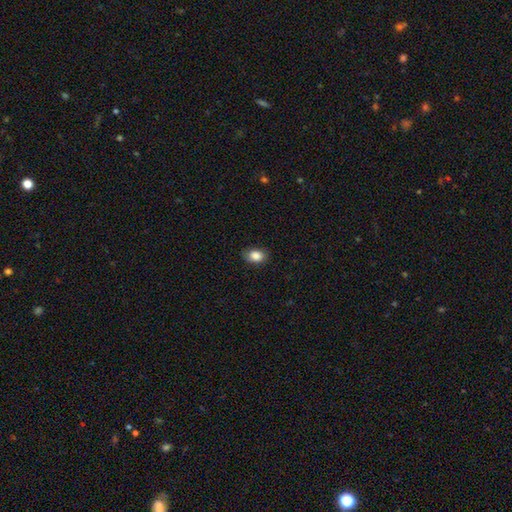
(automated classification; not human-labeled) Smooth or featured? smooth (86%)
How rounded? in between (73%)
Merging? none (78%)